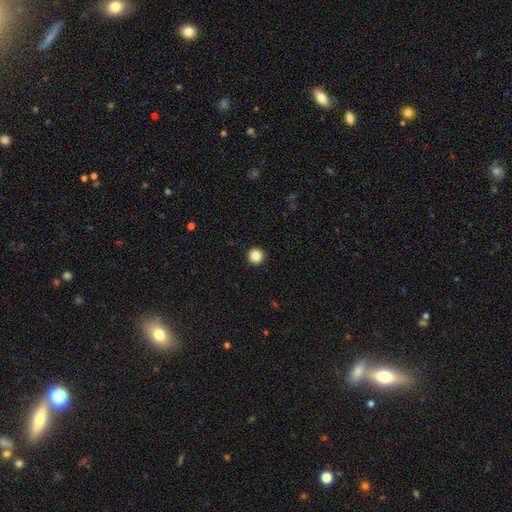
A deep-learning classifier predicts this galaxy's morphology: A smooth galaxy with no disk features (85%) that is round (96%).

Vote fractions:
- Smooth or featured? smooth: 85% / star or artifact: 10% / featured or disk: 4%
- How rounded? round: 96% / in between: 3% / cigar-shaped: 1%
- Merging? none: 94% / minor disturbance: 4% / major disturbance: 1% / merger: 1%